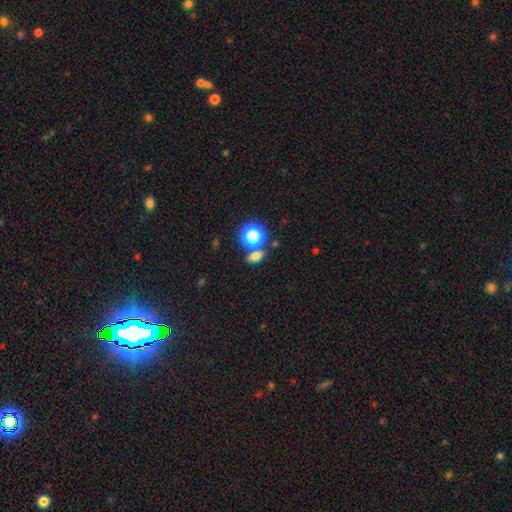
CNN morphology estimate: Q: Smooth or featured?
A: smooth (67%); runner-up: star or artifact (21%)
Q: How rounded?
A: in between (63%); runner-up: round (32%)
Q: Merging?
A: none (72%); runner-up: merger (15%)